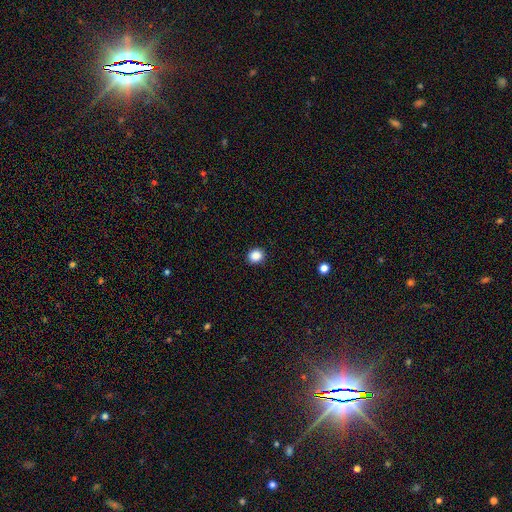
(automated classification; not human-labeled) smooth_or_featured: smooth (p=0.87) [alt: star or artifact p=0.10]
how_rounded: round (p=0.80) [alt: in between p=0.19]
merging: none (p=0.91) [alt: minor disturbance p=0.06]